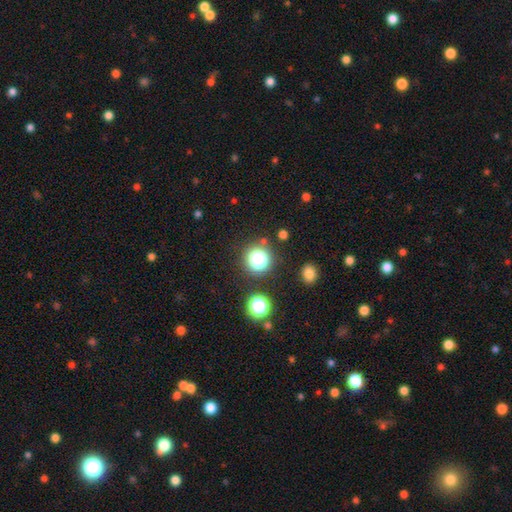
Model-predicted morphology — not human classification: Smooth or featured? smooth (55%)
How rounded? round (91%)
Merging? none (81%)